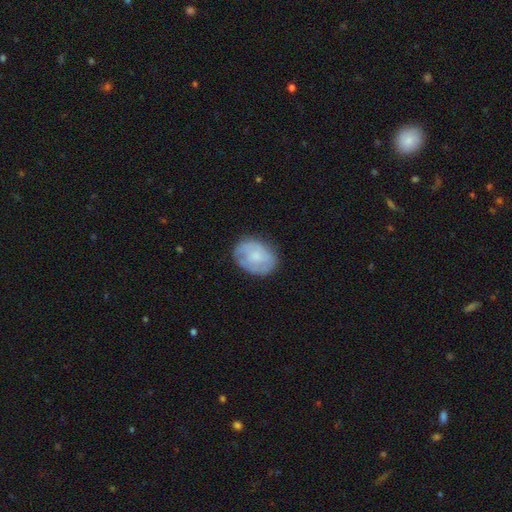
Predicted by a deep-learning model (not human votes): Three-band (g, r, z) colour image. It shows a smooth galaxy with no disk features (51%) that is in between round and cigar-shaped (64%). Merging: none (72%).